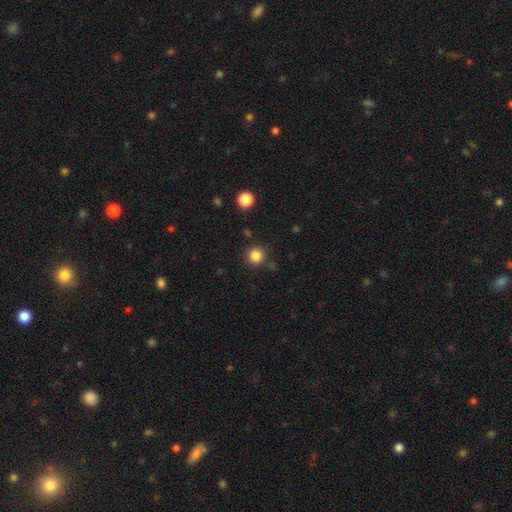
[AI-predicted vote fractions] This is clearly a smooth galaxy (84%). How rounded: clearly round (94%). Merging: clearly none (87%).